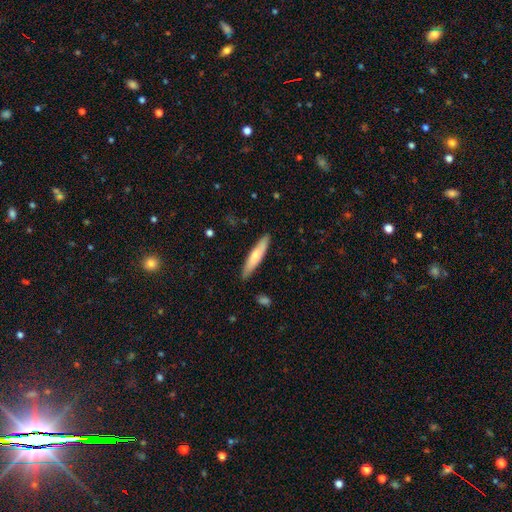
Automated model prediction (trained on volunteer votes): A smooth galaxy with no disk features (65%) that is cigar-shaped (86%). Merging: none (88%).